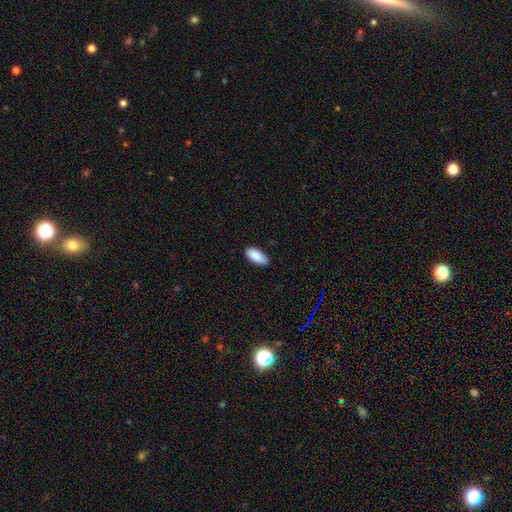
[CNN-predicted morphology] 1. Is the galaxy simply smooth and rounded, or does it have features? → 89% smooth, 6% star or artifact, 5% featured or disk.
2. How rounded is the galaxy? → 91% in between, 7% cigar-shaped, 2% round.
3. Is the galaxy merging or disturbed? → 79% none, 18% minor disturbance, 2% major disturbance, 1% merger.